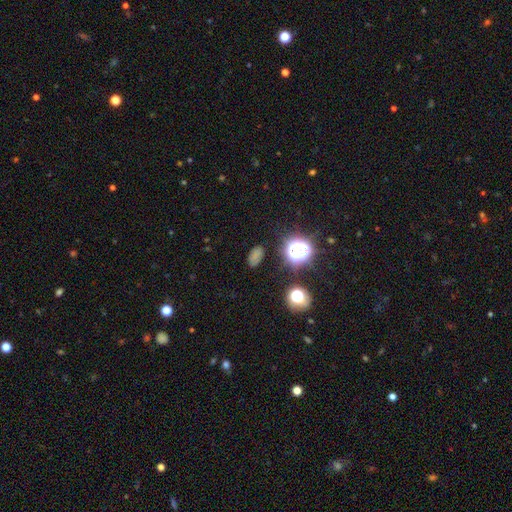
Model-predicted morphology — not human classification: Smooth or featured: smooth — 67% (star or artifact — 25%)
How rounded: in between — 83% (round — 14%)
Merging: none — 79% (minor disturbance — 14%)